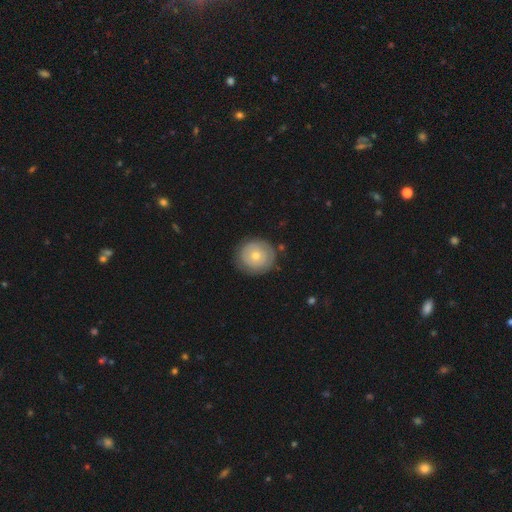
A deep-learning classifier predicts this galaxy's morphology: Q: Smooth or featured?
A: smooth (49%); runner-up: featured or disk (44%)
Q: Merging?
A: none (84%); runner-up: minor disturbance (12%)